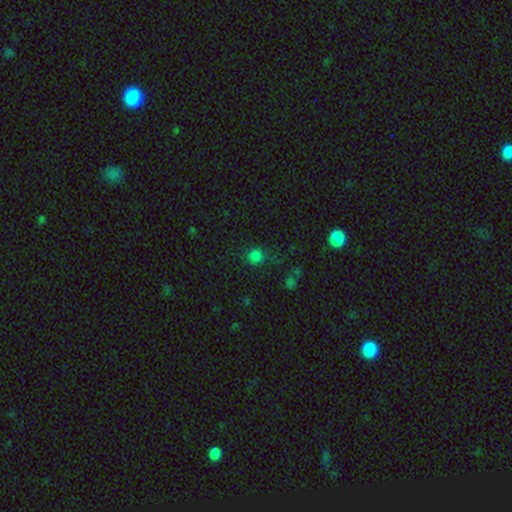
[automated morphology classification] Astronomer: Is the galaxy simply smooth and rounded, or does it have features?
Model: smooth — 74%.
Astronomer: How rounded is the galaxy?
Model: round — 83%.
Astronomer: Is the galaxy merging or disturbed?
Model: none — 72%.